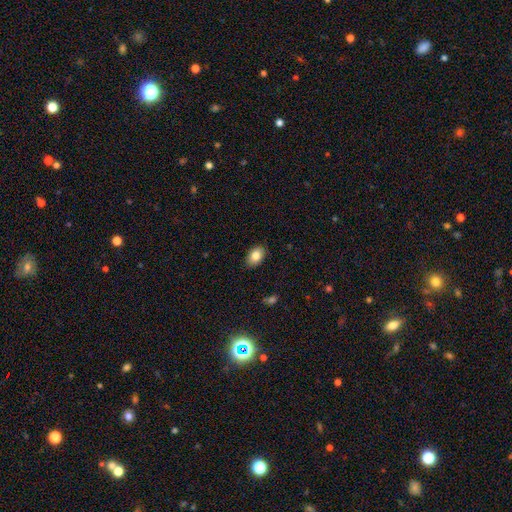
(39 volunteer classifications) smooth 79%, star or artifact 13%, featured or disk 8%. Down the decision tree: how rounded — in between (90%); merging — none (94%).